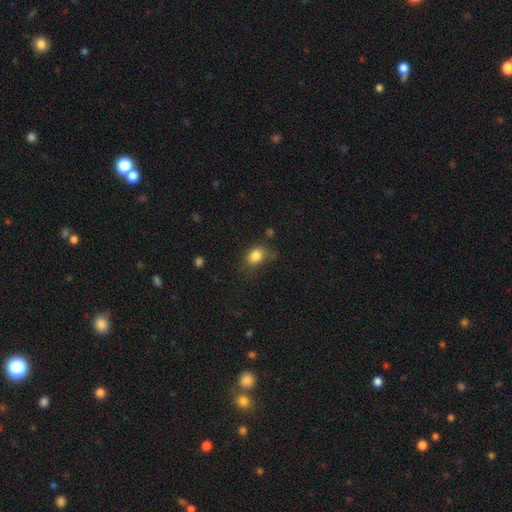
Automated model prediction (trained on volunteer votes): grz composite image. It shows a smooth galaxy with no disk features (82%) that is in between round and cigar-shaped (65%). Merging: none (51%).